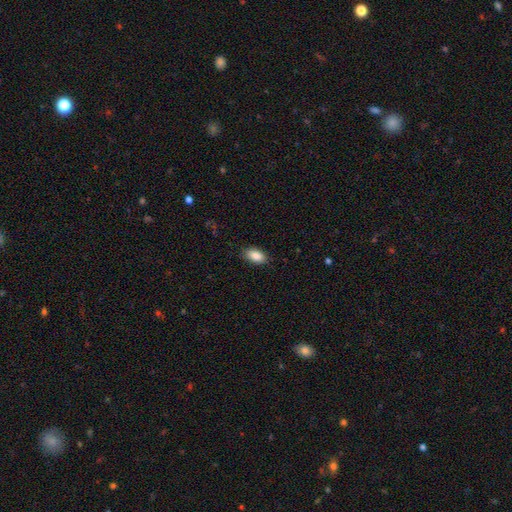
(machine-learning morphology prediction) The model was most divided on "merging": none: 85%, minor disturbance: 11%, major disturbance: 2%, merger: 1%. More confident: how rounded — in between (92%); smooth or featured — smooth (88%).